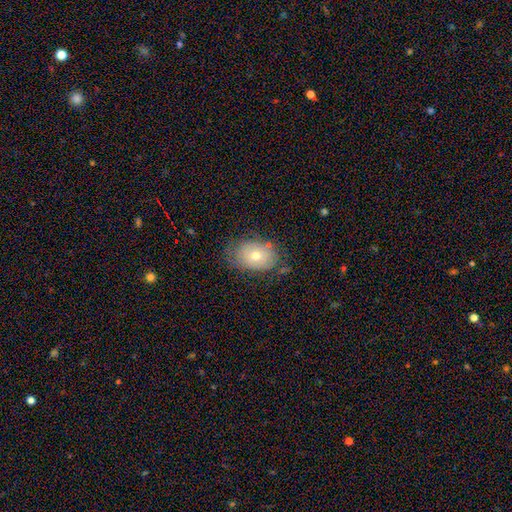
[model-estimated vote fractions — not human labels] Smooth or featured?
  - smooth: 64% *
  - featured or disk: 27%
  - star or artifact: 9%
How rounded?
  - in between: 78% *
  - round: 21%
  - cigar-shaped: 1%
Merging?
  - none: 66% *
  - minor disturbance: 24%
  - major disturbance: 7%
  - merger: 3%